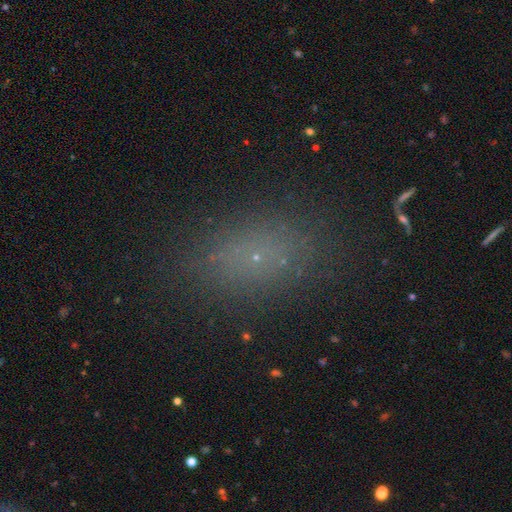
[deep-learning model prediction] Smooth or featured? Predicted: smooth (p=0.63). How rounded? Predicted: in between (p=0.81). Merging? Predicted: none (p=0.84).